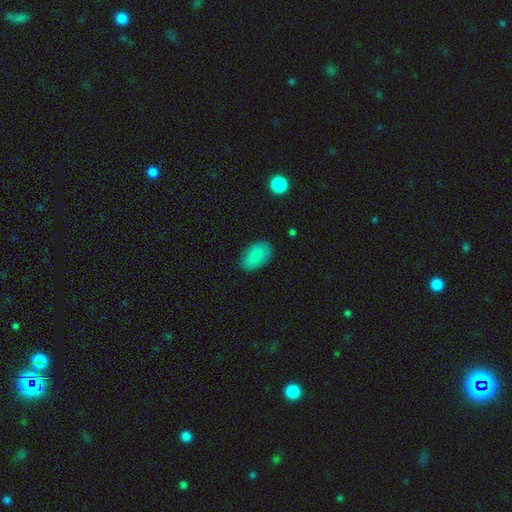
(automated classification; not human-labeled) Smooth or featured?
  - smooth: 85% *
  - star or artifact: 8%
  - featured or disk: 7%
How rounded?
  - in between: 91% *
  - round: 7%
  - cigar-shaped: 2%
Merging?
  - none: 83% *
  - minor disturbance: 13%
  - major disturbance: 3%
  - merger: 1%